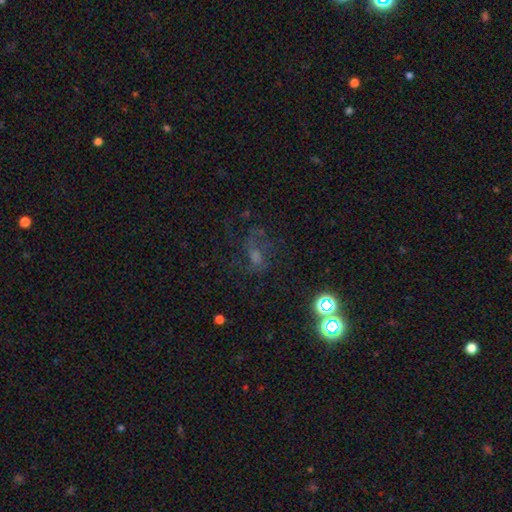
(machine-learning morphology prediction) Smooth or featured?
  - featured or disk: 39% *
  - star or artifact: 34%
  - smooth: 27%
Merging?
  - none: 50% *
  - major disturbance: 27%
  - minor disturbance: 18%
  - merger: 5%